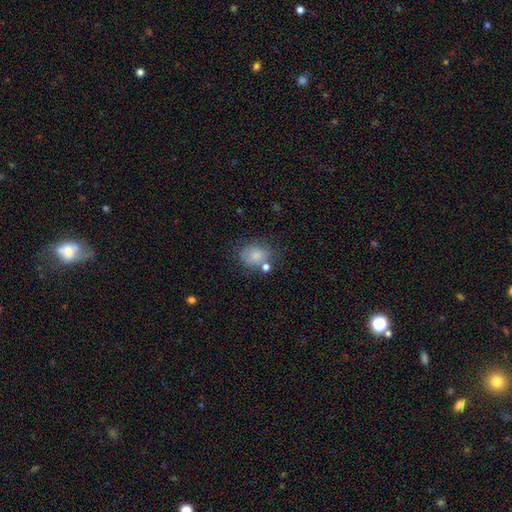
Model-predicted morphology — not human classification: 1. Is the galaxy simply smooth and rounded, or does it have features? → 80% smooth, 10% star or artifact, 10% featured or disk.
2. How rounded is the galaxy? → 50% in between, 49% round, 1% cigar-shaped.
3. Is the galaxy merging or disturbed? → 61% none, 19% minor disturbance, 13% merger, 7% major disturbance.